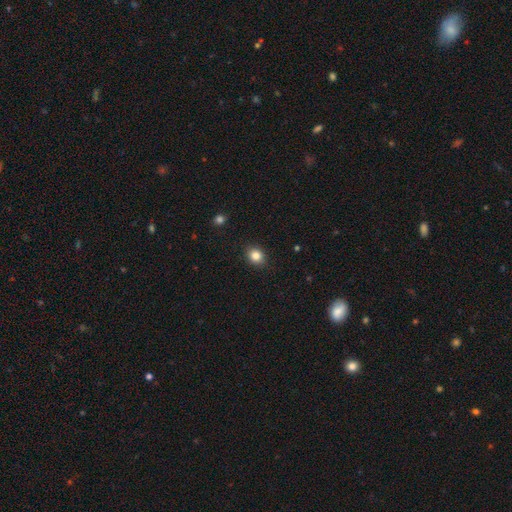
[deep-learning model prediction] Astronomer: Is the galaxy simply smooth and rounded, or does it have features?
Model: smooth — 85%.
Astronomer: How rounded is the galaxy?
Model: round — 62%.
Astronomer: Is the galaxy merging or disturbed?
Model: none — 89%.